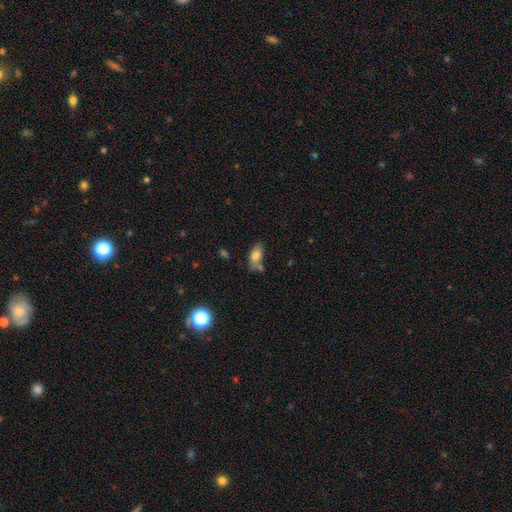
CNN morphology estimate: This is likely a smooth galaxy (76%). How rounded: clearly in between (87%). Merging: possibly none (52%).